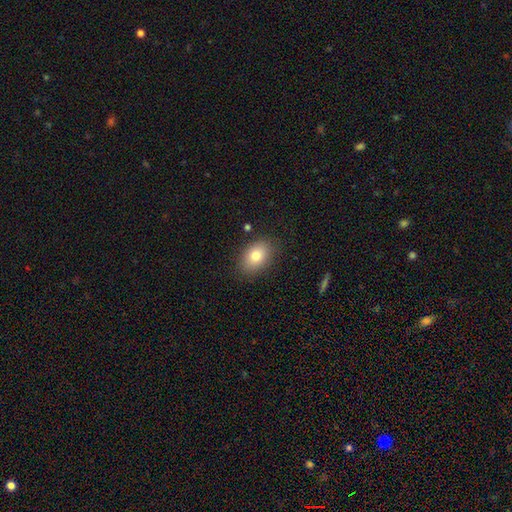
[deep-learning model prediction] Smooth or featured?
  - smooth: 78% *
  - featured or disk: 13%
  - star or artifact: 9%
How rounded?
  - in between: 82% *
  - round: 17%
  - cigar-shaped: 1%
Merging?
  - none: 84% *
  - minor disturbance: 11%
  - major disturbance: 3%
  - merger: 2%